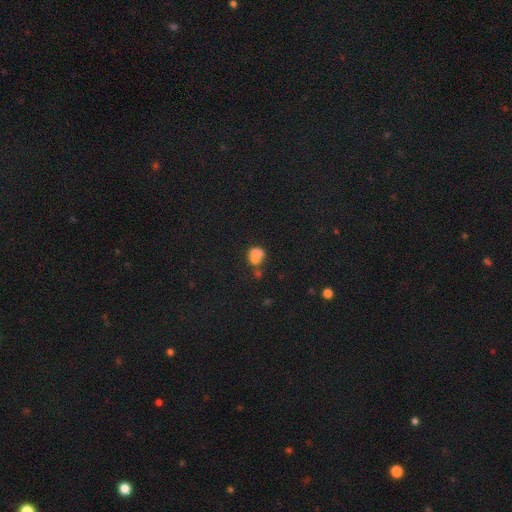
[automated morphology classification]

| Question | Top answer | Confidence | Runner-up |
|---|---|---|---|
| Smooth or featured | smooth | 65% | featured or disk (19%) |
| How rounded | round | 55% | in between (44%) |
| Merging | merger | 41% | none (29%) |